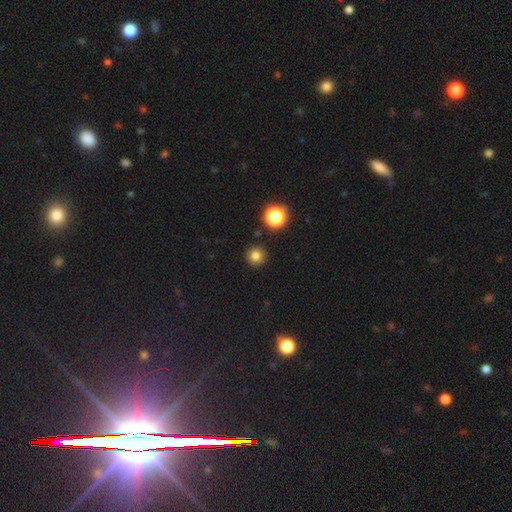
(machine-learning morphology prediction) A smooth galaxy with no disk features (80%) that is round (95%).

Vote fractions:
- Smooth or featured? smooth: 80% / star or artifact: 15% / featured or disk: 5%
- How rounded? round: 95% / in between: 4% / cigar-shaped: 1%
- Merging? none: 92% / minor disturbance: 5% / merger: 2% / major disturbance: 2%